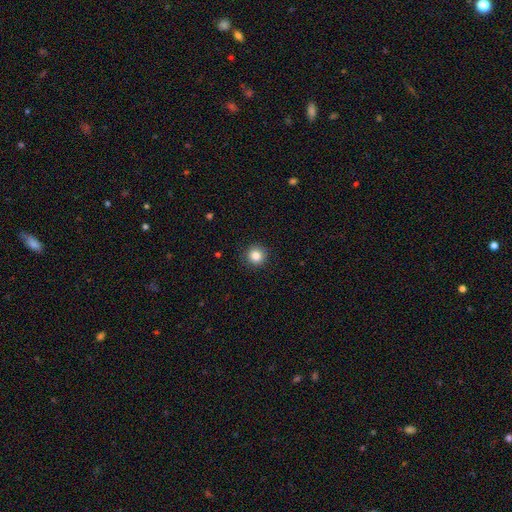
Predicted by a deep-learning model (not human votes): This is clearly a smooth galaxy (85%). How rounded: clearly round (94%). Merging: clearly none (90%).